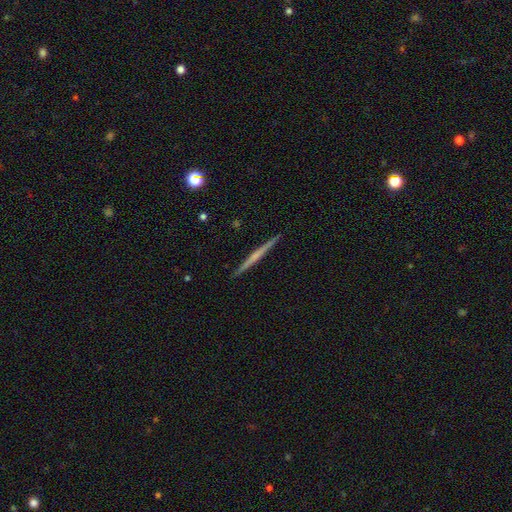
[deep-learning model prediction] This is likely a featured or disk galaxy (64%). It is clearly viewed edge-on (98%). Edge-on bulge: likely none (67%). Merging: clearly none (93%).